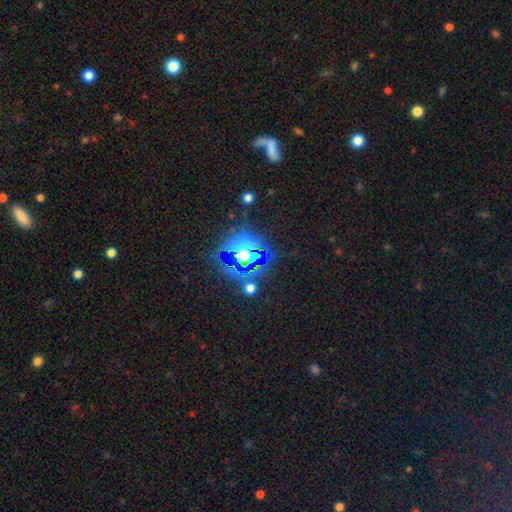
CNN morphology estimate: Smooth or featured? Predicted: star or artifact (p=0.68).